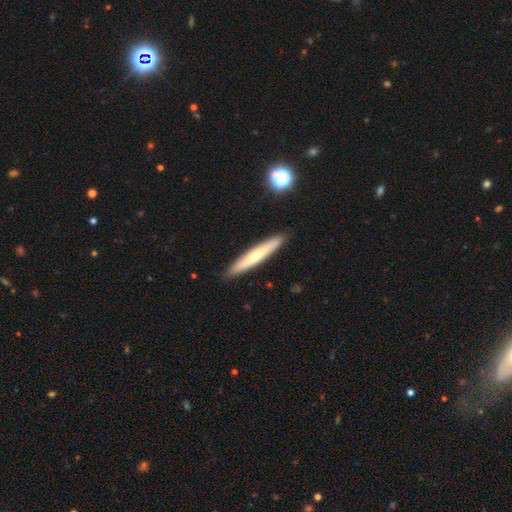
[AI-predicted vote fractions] Smooth or featured: smooth — 56% (featured or disk — 38%)
How rounded: cigar-shaped — 94% (in between — 5%)
Merging: none — 91% (minor disturbance — 7%)